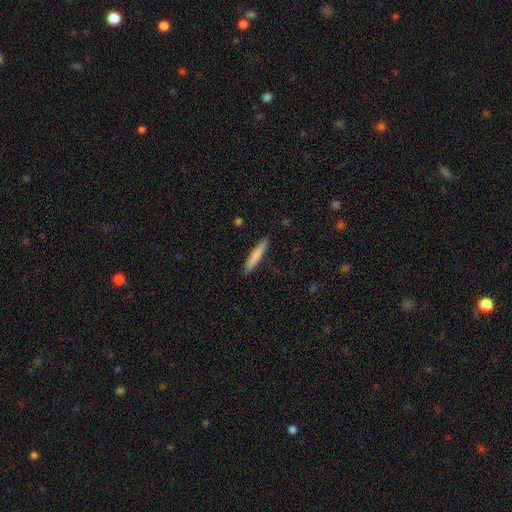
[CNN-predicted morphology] type=smooth (79%); roundness=cigar-shaped (92%); merging=none (87%).